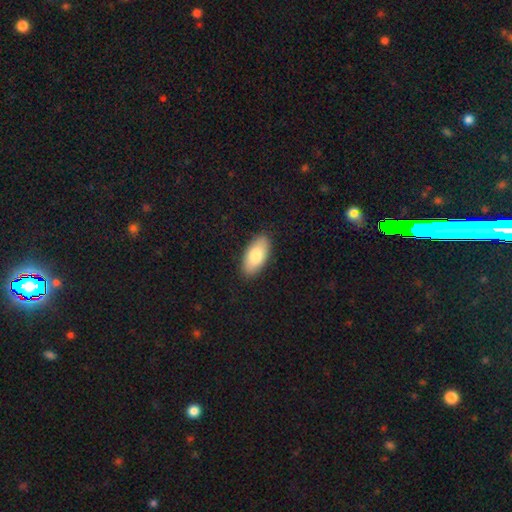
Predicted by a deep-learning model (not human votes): A smooth galaxy with no disk features (82%) that is in between round and cigar-shaped (93%). Merging: none (89%).